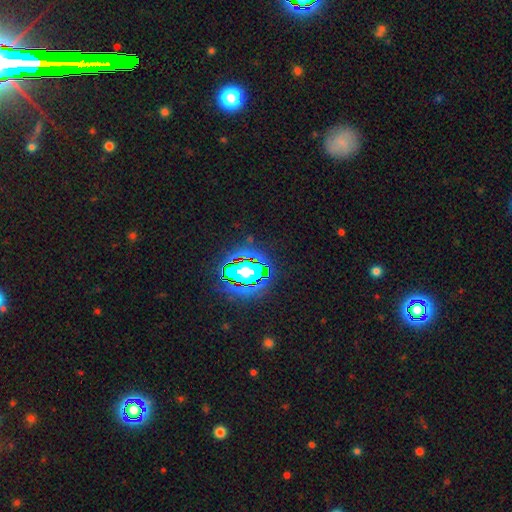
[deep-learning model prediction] Q: Smooth or featured?
A: star or artifact (82%); runner-up: smooth (11%)